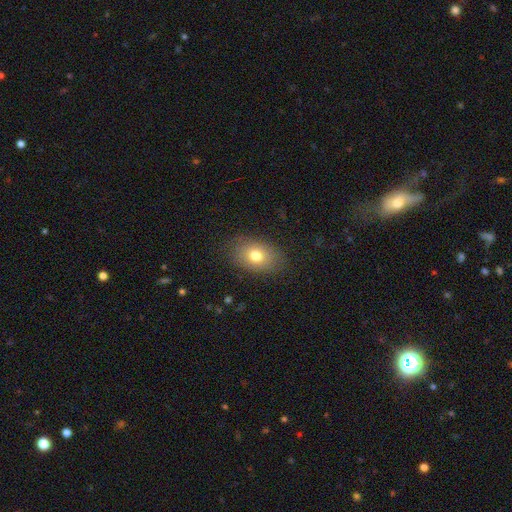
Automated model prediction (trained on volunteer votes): This appears to be a smooth galaxy with no disk features (76%) that is in between round and cigar-shaped (78%). Merging: none (83%).